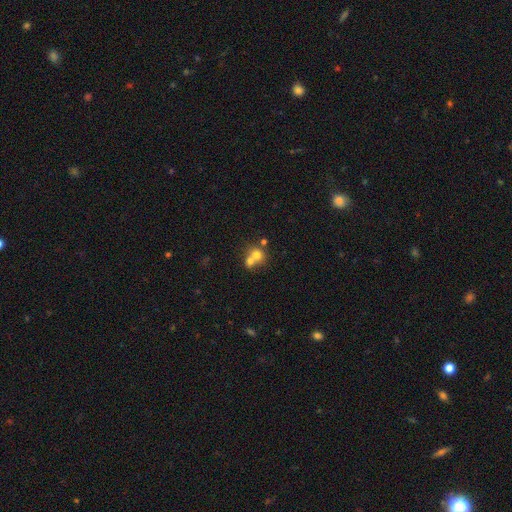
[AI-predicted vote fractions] A smooth galaxy with no disk features (70%) that is round (77%). Merging: merger (63%).